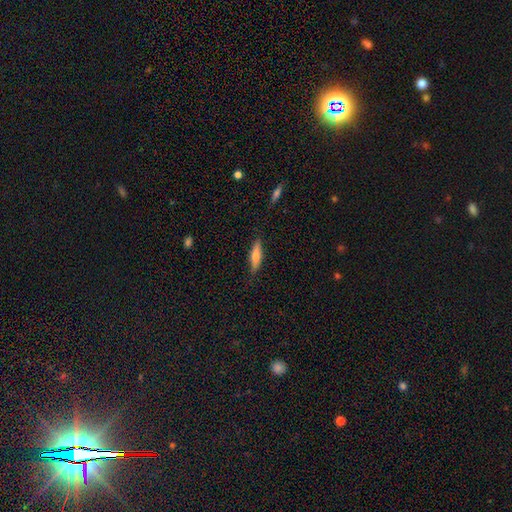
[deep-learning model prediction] Smooth or featured?
  - smooth: 69% *
  - featured or disk: 24%
  - star or artifact: 6%
How rounded?
  - cigar-shaped: 69% *
  - in between: 29%
  - round: 2%
Merging?
  - none: 84% *
  - minor disturbance: 12%
  - major disturbance: 2%
  - merger: 1%